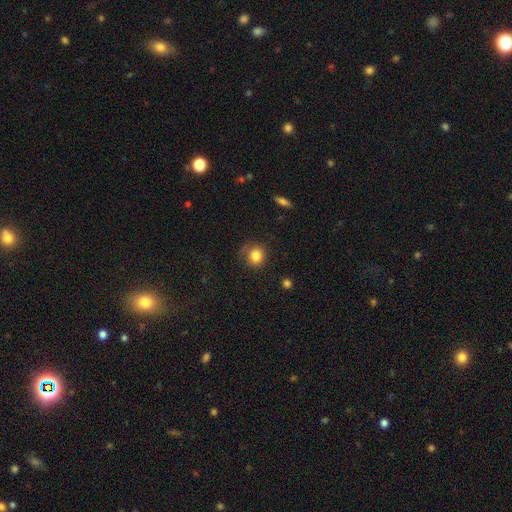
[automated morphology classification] Smooth or featured: smooth — 82% (star or artifact — 10%)
How rounded: round — 83% (in between — 16%)
Merging: none — 67% (minor disturbance — 22%)